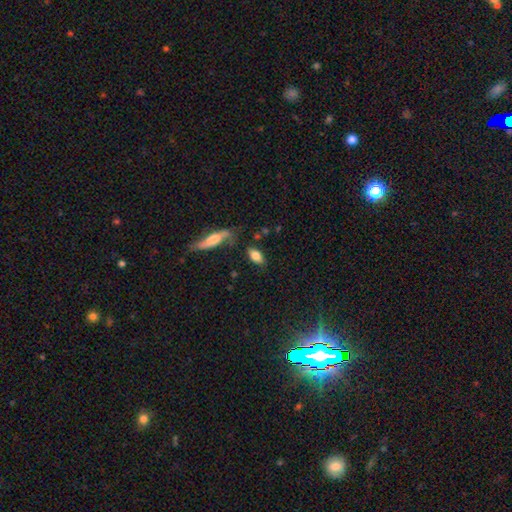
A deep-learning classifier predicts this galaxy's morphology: Smooth or featured?
  - smooth: 80% *
  - featured or disk: 13%
  - star or artifact: 7%
How rounded?
  - in between: 89% *
  - cigar-shaped: 7%
  - round: 4%
Merging?
  - none: 75% *
  - minor disturbance: 14%
  - merger: 6%
  - major disturbance: 5%